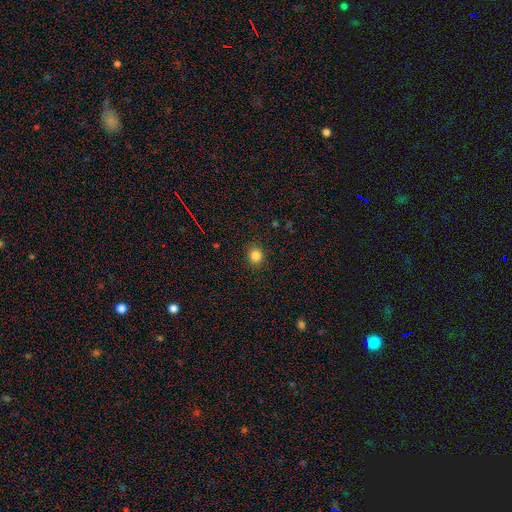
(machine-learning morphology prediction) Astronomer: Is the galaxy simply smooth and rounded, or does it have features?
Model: smooth — 84%.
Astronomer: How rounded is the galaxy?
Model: round — 82%.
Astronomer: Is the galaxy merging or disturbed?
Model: none — 89%.